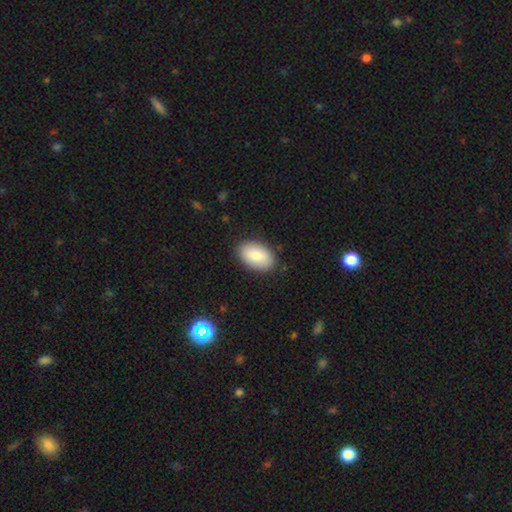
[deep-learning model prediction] Smooth or featured? smooth (83%)
How rounded? in between (92%)
Merging? none (87%)